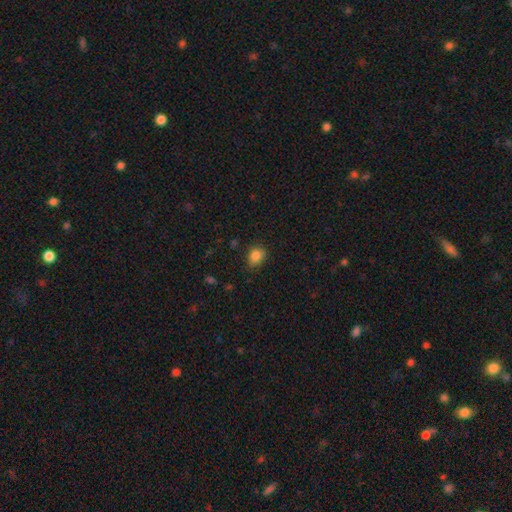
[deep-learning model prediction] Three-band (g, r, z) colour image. It shows a smooth galaxy with no disk features (84%) that is in between round and cigar-shaped (51%). Merging: none (76%).